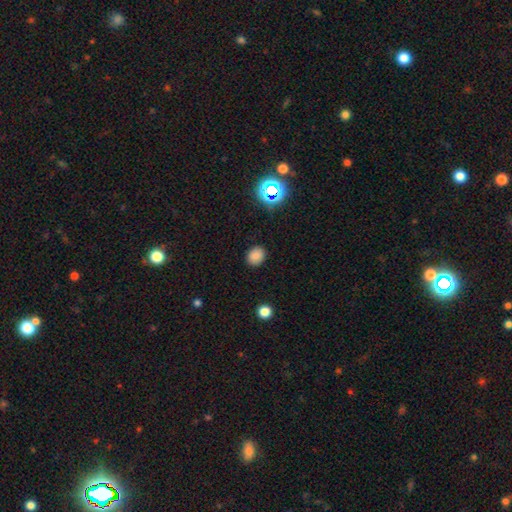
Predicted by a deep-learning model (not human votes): The model was most divided on "how rounded": round: 56%, in between: 43%, cigar-shaped: 1%. More confident: merging — none (88%); smooth or featured — smooth (81%).